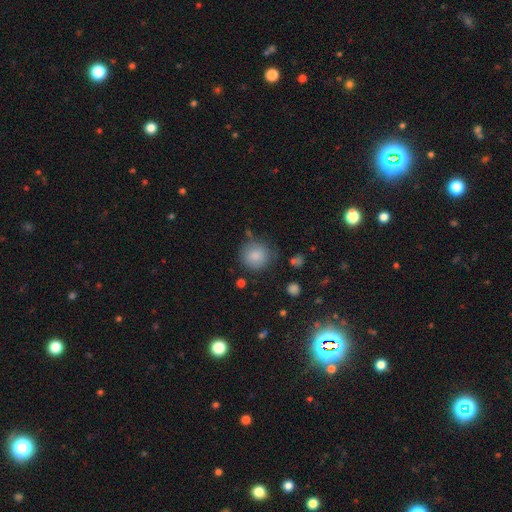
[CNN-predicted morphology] smooth 85%, star or artifact 9%, featured or disk 7%. Down the decision tree: how rounded — round (90%); merging — none (73%).